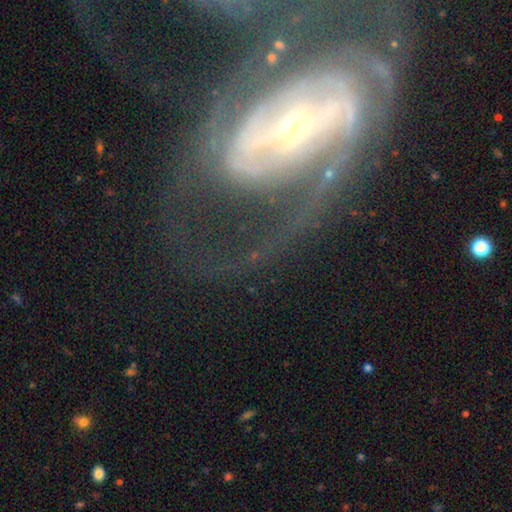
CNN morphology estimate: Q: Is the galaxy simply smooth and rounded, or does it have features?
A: featured or disk — 84%.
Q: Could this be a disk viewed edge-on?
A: no — 93%.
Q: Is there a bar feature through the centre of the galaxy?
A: strong — 47%.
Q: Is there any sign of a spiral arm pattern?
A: yes — 86%.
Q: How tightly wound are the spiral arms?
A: medium — 41%.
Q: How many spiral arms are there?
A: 2 — 54%.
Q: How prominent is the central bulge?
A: small — 59%.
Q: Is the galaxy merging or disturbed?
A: none — 53%.